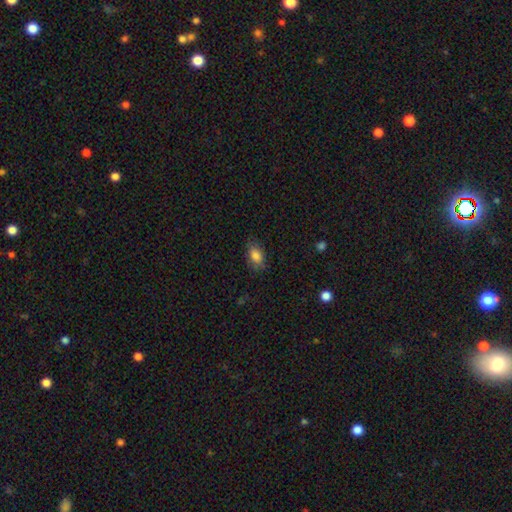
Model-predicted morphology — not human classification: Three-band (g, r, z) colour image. It shows a smooth galaxy with no disk features (83%) that is in between round and cigar-shaped (89%). Merging: none (77%).